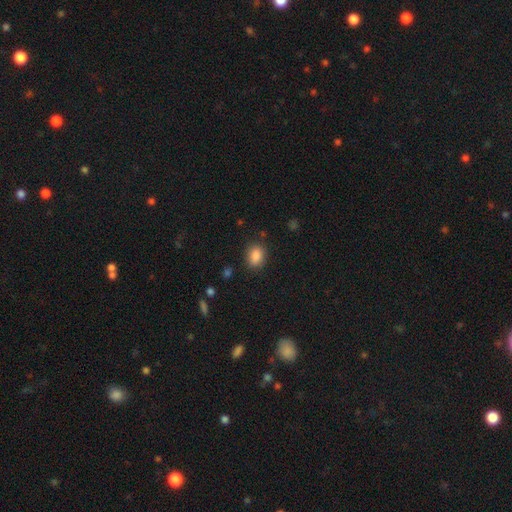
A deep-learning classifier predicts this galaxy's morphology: A smooth galaxy with no disk features (87%) that is in between round and cigar-shaped (70%). Merging: none (83%).